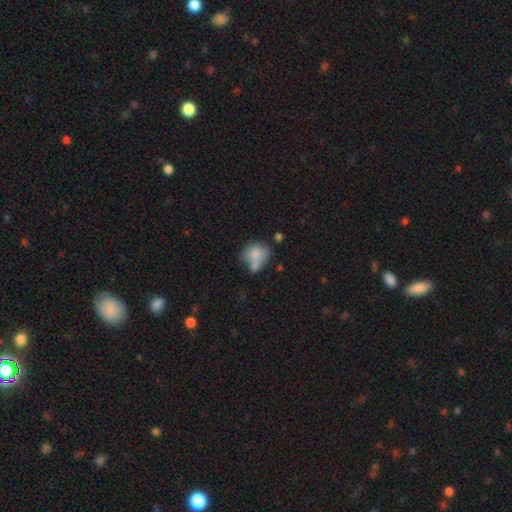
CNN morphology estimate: Q: Smooth or featured?
A: smooth (76%); runner-up: featured or disk (16%)
Q: How rounded?
A: round (68%); runner-up: in between (30%)
Q: Merging?
A: none (41%); runner-up: merger (32%)